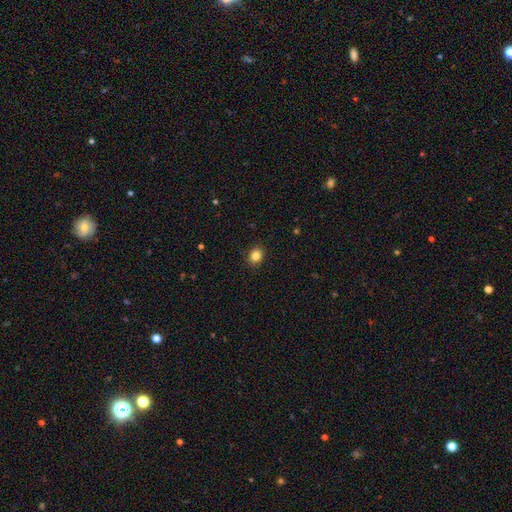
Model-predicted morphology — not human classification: This appears to be a smooth galaxy with no disk features (84%) that is round (64%). Merging: none (90%).